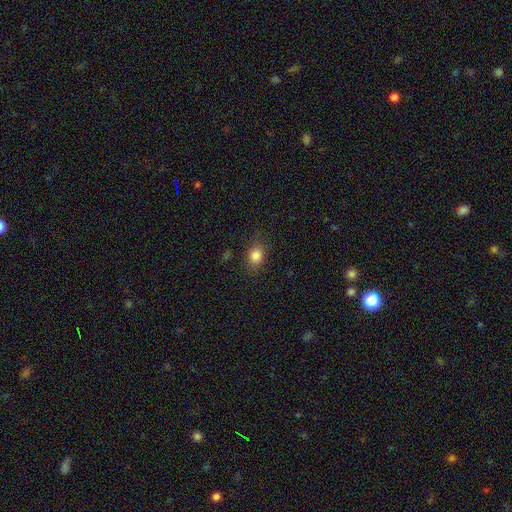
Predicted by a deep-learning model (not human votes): Q: Smooth or featured?
A: smooth (83%); runner-up: star or artifact (11%)
Q: How rounded?
A: round (58%); runner-up: in between (41%)
Q: Merging?
A: none (81%); runner-up: minor disturbance (13%)